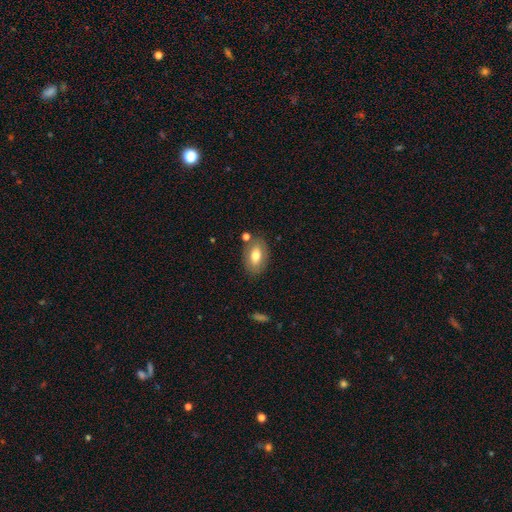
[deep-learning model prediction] Q: Smooth or featured?
A: smooth (70%); runner-up: featured or disk (23%)
Q: How rounded?
A: in between (89%); runner-up: round (9%)
Q: Merging?
A: none (77%); runner-up: minor disturbance (13%)